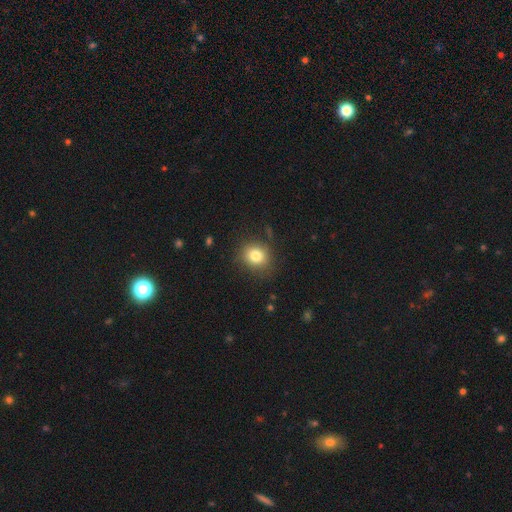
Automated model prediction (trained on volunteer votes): Q: Smooth or featured?
A: smooth (80%); runner-up: star or artifact (12%)
Q: How rounded?
A: round (74%); runner-up: in between (25%)
Q: Merging?
A: none (83%); runner-up: minor disturbance (12%)